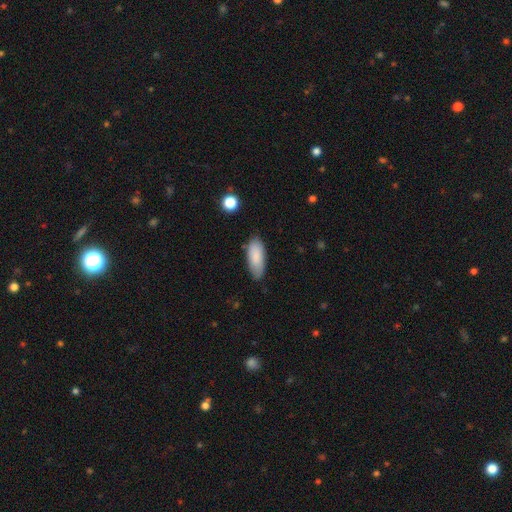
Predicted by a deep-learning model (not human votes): Morphology: type=smooth (85%); roundness=in between (81%); merging=none (76%).